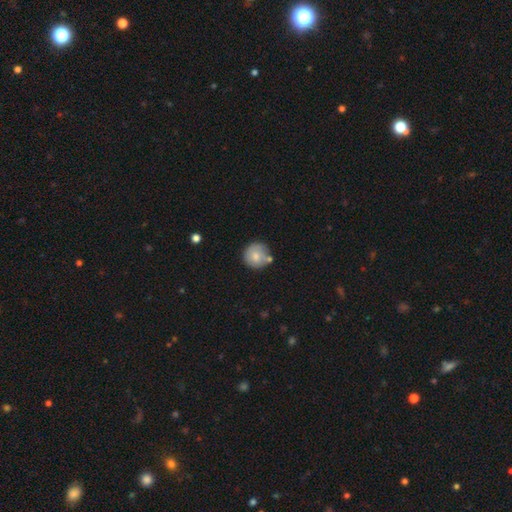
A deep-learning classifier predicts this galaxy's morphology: This is likely a smooth galaxy (76%). How rounded: clearly round (93%). Merging: likely none (66%).